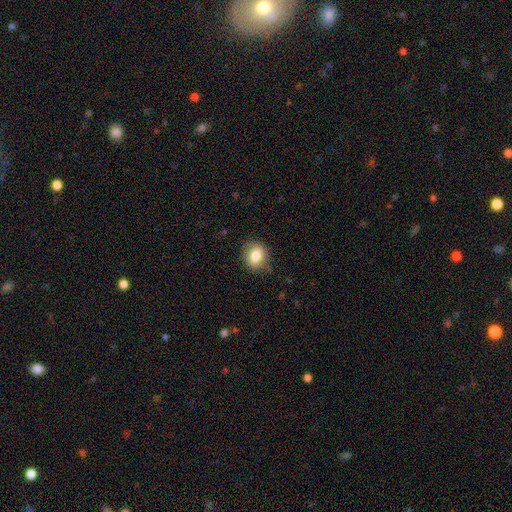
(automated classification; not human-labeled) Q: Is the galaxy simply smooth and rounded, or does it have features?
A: smooth — 79%.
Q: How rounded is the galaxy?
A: round — 59%.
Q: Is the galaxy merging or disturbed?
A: none — 79%.